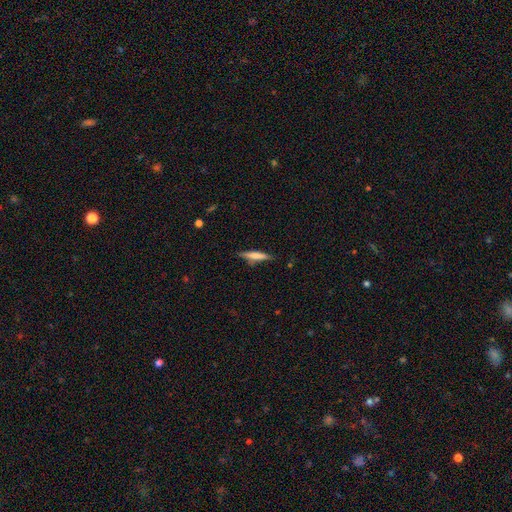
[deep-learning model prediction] A smooth galaxy with no disk features (67%) that is cigar-shaped (89%). Merging: none (82%).